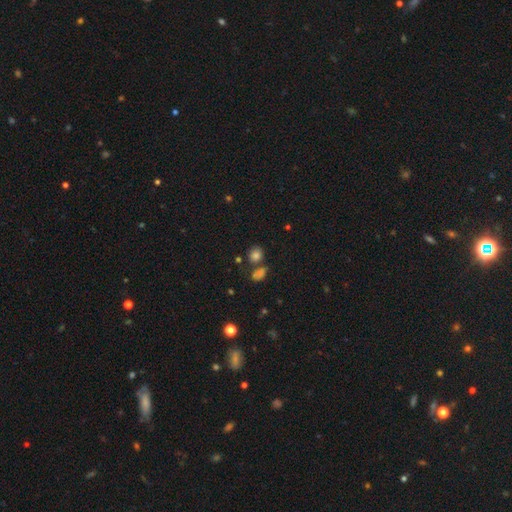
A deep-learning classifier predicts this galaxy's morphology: smooth_or_featured: smooth (p=0.79) [alt: star or artifact p=0.15]
how_rounded: round (p=0.68) [alt: in between p=0.31]
merging: none (p=0.61) [alt: merger p=0.22]